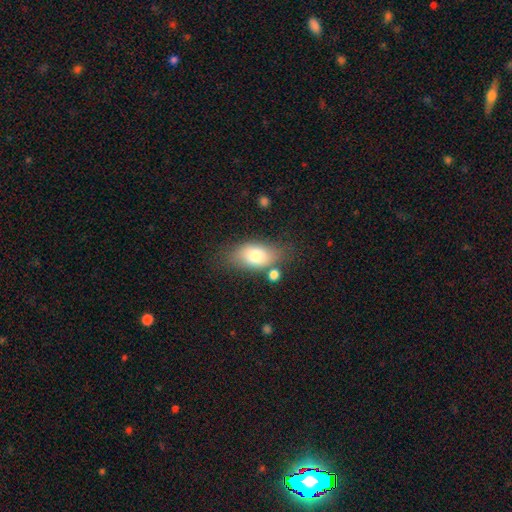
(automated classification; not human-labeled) Smooth or featured: smooth — 77% (featured or disk — 16%)
How rounded: in between — 88% (round — 8%)
Merging: none — 68% (minor disturbance — 18%)